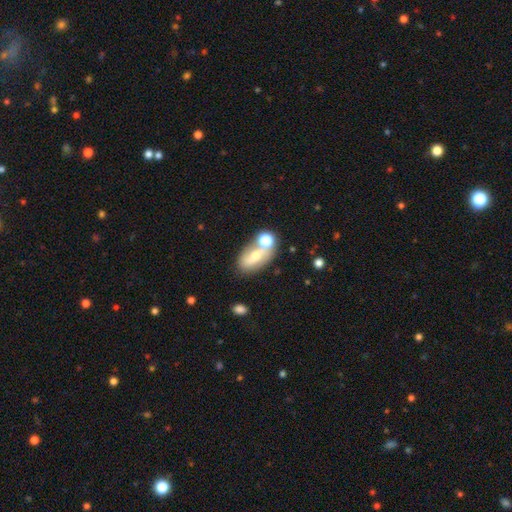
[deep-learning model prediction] Overall: smooth (53%; featured or disk 37%). How rounded: in between (81%). Merging: none (50%; merger 28%).